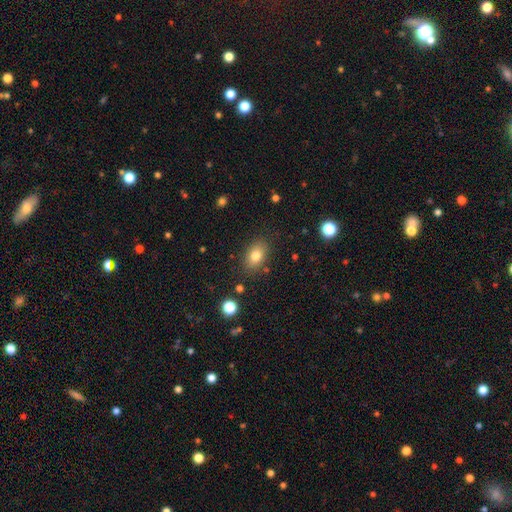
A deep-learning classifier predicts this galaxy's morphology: This appears to be a smooth galaxy with no disk features (78%) that is in between round and cigar-shaped (80%). Merging: none (84%).